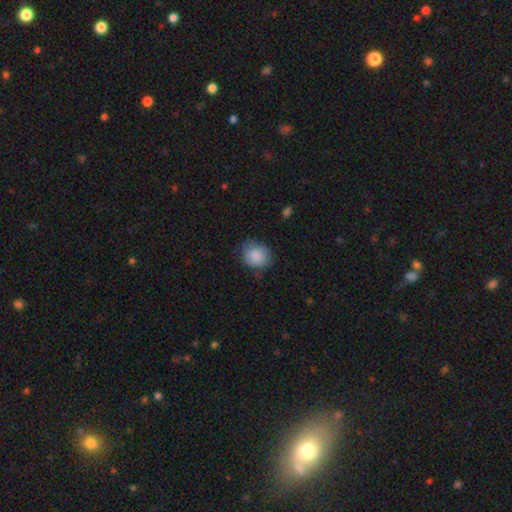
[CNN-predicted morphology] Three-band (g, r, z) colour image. It shows a smooth galaxy with no disk features (86%) that is round (65%). Merging: none (67%).